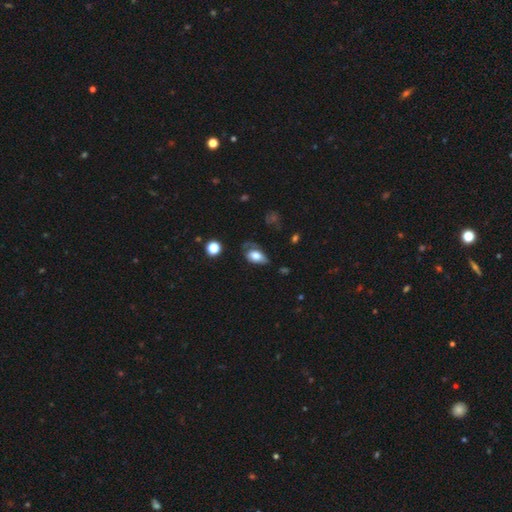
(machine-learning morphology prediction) Smooth or featured? Predicted: smooth (p=0.68). How rounded? Predicted: in between (p=0.89). Merging? Predicted: none (p=0.40).